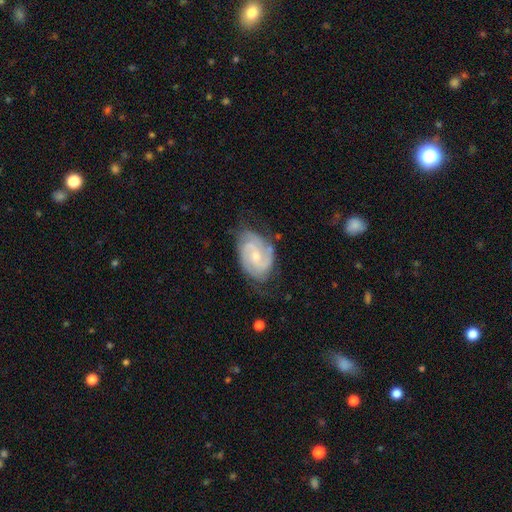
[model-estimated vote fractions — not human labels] Smooth or featured? featured or disk (85%)
Edge-on disk? no (97%)
Bar? weak (47%)
Spiral arms? yes (97%)
Spiral winding? tight (48%)
Spiral arm count? 2 (63%)
Bulge size? small (59%)
Merging? none (68%)